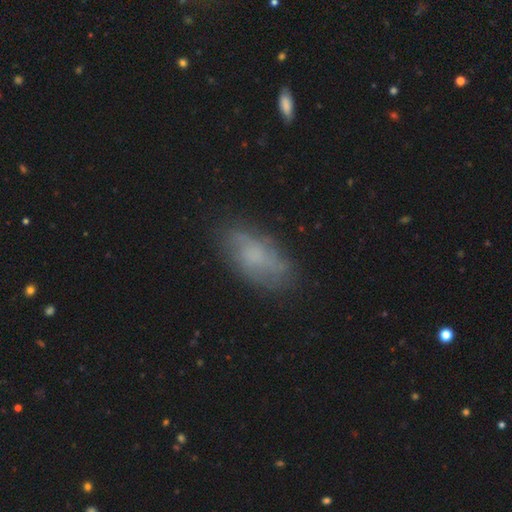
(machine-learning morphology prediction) smooth_or_featured: smooth (p=0.54) [alt: featured or disk p=0.37]
how_rounded: in between (p=0.89) [alt: cigar-shaped p=0.07]
merging: none (p=0.69) [alt: minor disturbance p=0.21]